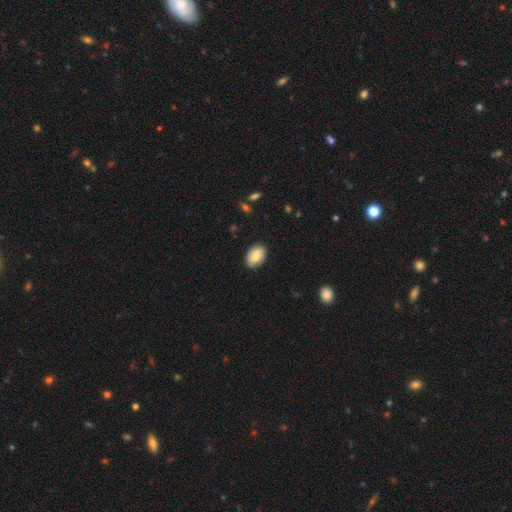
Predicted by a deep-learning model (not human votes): Q: Smooth or featured?
A: smooth (81%); runner-up: featured or disk (12%)
Q: How rounded?
A: in between (87%); runner-up: round (12%)
Q: Merging?
A: none (86%); runner-up: minor disturbance (11%)